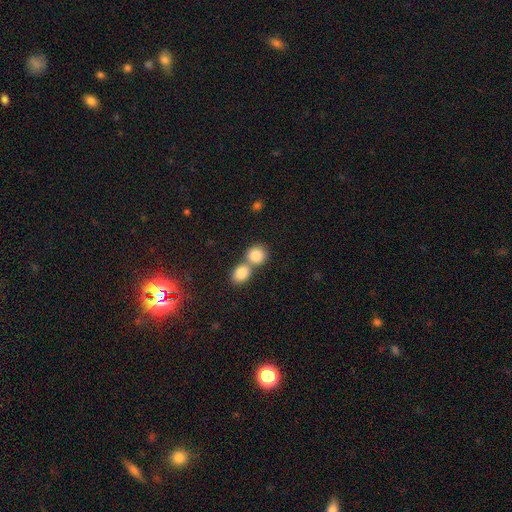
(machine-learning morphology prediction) smooth 84%, star or artifact 8%, featured or disk 8%. Down the decision tree: how rounded — round (79%); merging — merger (55%).